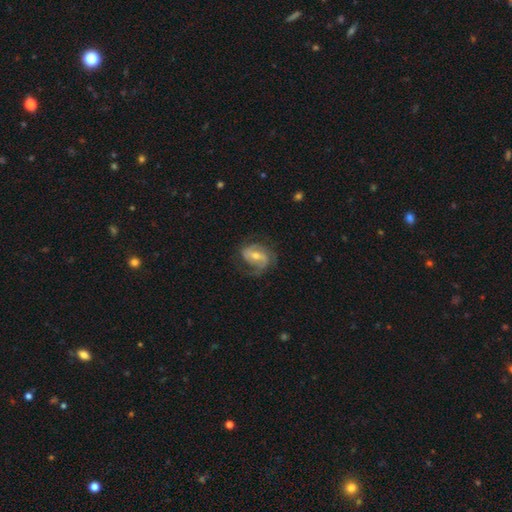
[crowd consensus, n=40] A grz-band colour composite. It shows a featured or disk galaxy (80%) with a weak bar (50%), 2 (62%) medium (55%) spiral arms (97%) and a moderate central bulge (70%). Merging: none (67%).